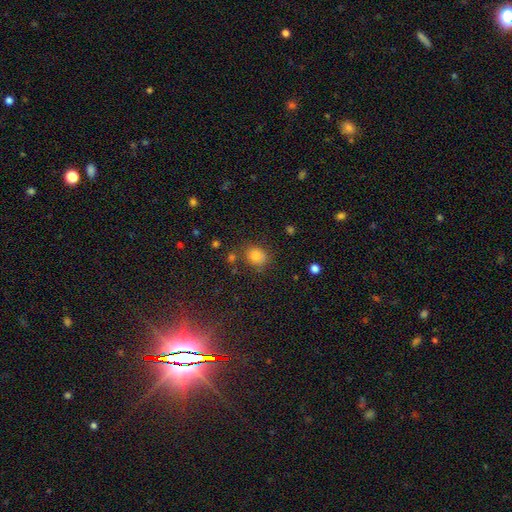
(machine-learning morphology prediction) Smooth or featured?
  - smooth: 77% *
  - star or artifact: 17%
  - featured or disk: 6%
How rounded?
  - round: 55% *
  - in between: 44%
  - cigar-shaped: 1%
Merging?
  - none: 75% *
  - minor disturbance: 15%
  - major disturbance: 5%
  - merger: 5%